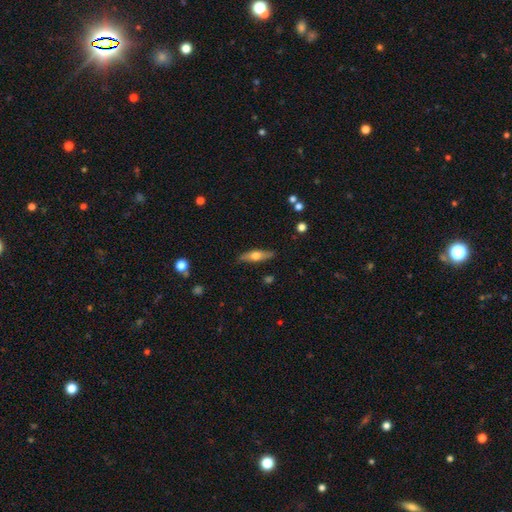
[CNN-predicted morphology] This is possibly a featured or disk galaxy (47%, tied with smooth). Merging: clearly none (86%).